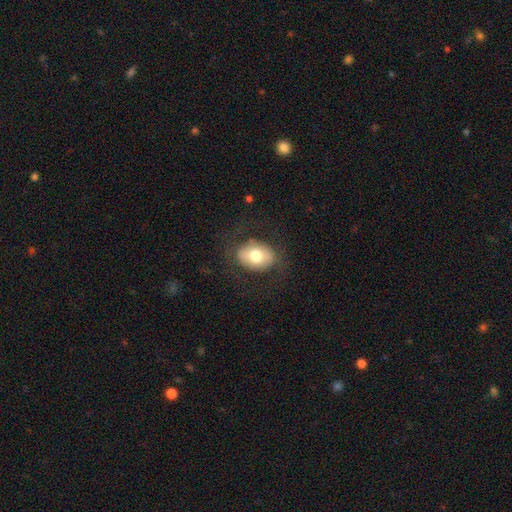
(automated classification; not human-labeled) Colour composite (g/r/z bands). It shows a smooth galaxy with no disk features (70%) that is in between round and cigar-shaped (69%). Merging: none (77%).